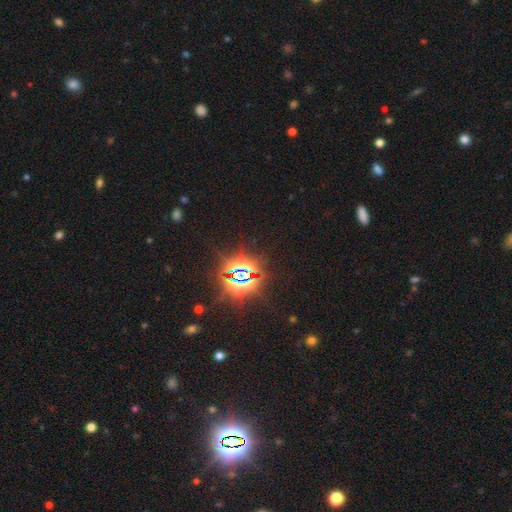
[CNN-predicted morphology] Smooth or featured? Predicted: star or artifact (p=0.83).